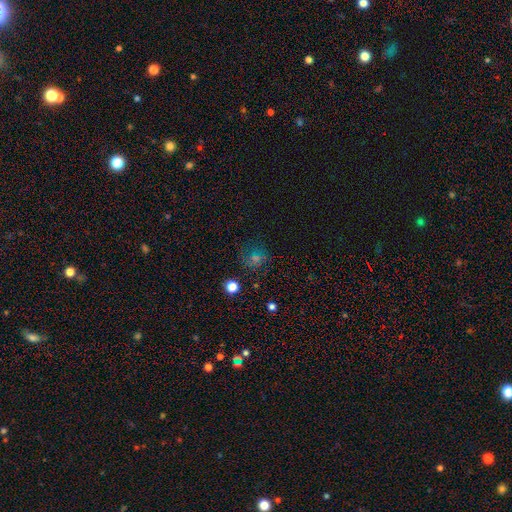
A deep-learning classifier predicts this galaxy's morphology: Overall: smooth (47%; star or artifact 35%). Merging: none (77%).